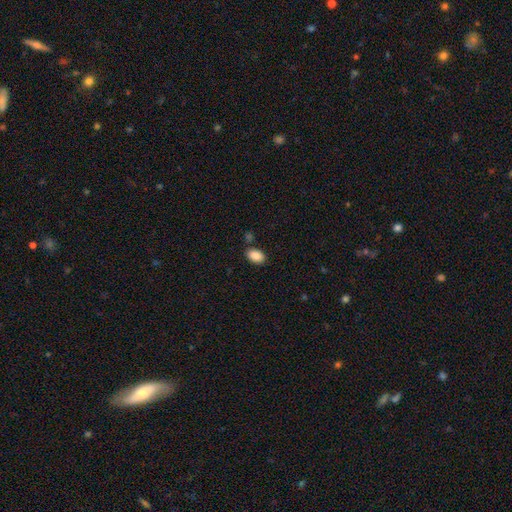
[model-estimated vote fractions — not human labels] Smooth or featured?
  - smooth: 89% *
  - star or artifact: 8%
  - featured or disk: 4%
How rounded?
  - in between: 88% *
  - round: 10%
  - cigar-shaped: 1%
Merging?
  - none: 81% *
  - minor disturbance: 11%
  - merger: 5%
  - major disturbance: 3%